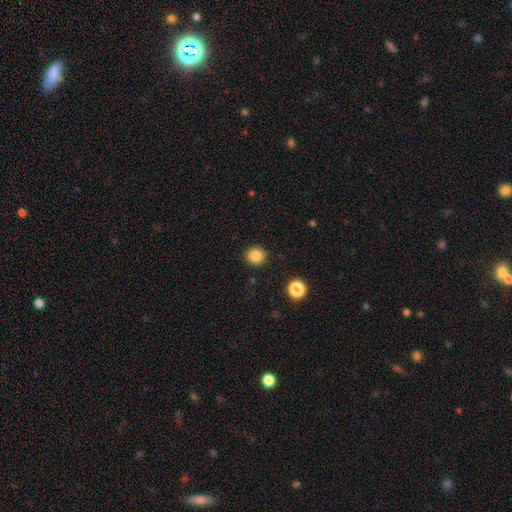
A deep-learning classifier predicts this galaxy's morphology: smooth-or-featured: smooth: 84% | star or artifact: 11% | featured or disk: 5%
  how-rounded: round: 90% | in between: 9% | cigar-shaped: 1%
  merging: none: 91% | minor disturbance: 6% | major disturbance: 2% | merger: 1%